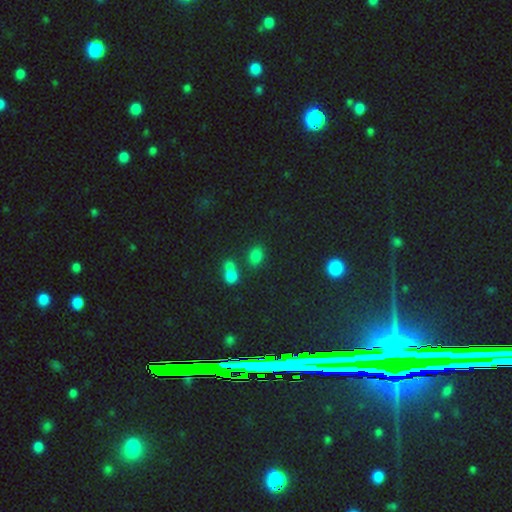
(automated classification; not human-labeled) A smooth galaxy with no disk features (71%) that is in between round and cigar-shaped (64%). Merging: none (62%).